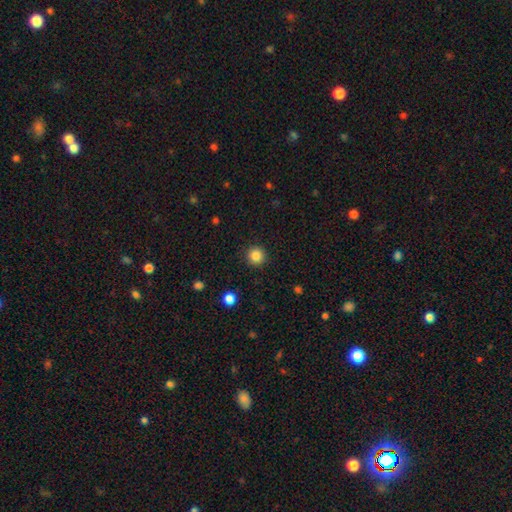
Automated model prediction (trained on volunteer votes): Smooth or featured? Predicted: smooth (p=0.85). How rounded? Predicted: round (p=0.95). Merging? Predicted: none (p=0.92).